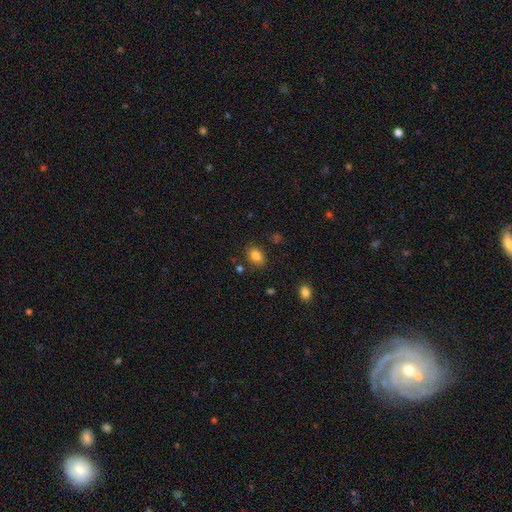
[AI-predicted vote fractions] Morphology: type=smooth (84%); roundness=in between (75%); merging=none (81%).